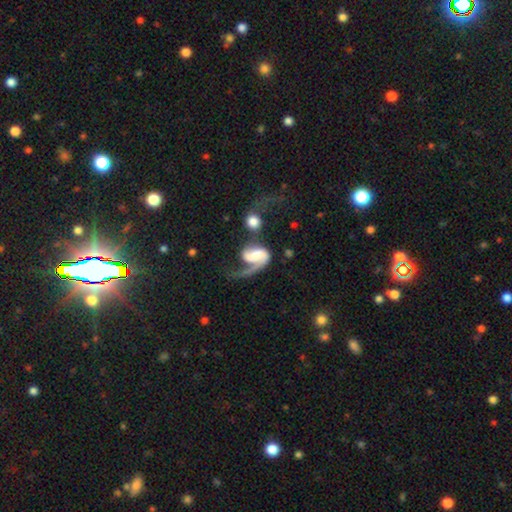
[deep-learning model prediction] This appears to be a featured or disk galaxy (84%) with a weak bar (41%), 1 (54%) loose (49%) spiral arms (95%) and a moderate central bulge (32%). Merging: major disturbance (39%).